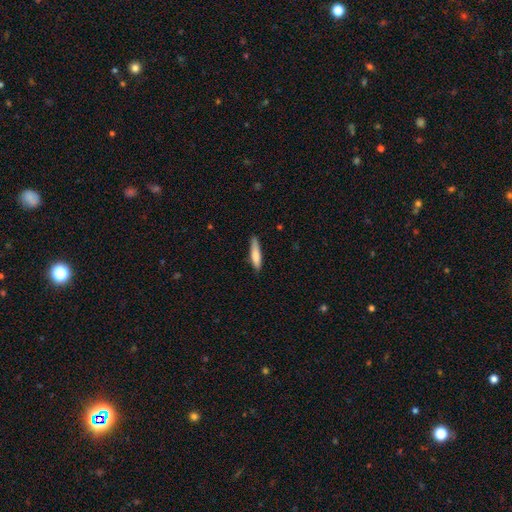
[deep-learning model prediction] Smooth or featured: smooth — 76% (featured or disk — 18%)
How rounded: cigar-shaped — 83% (in between — 16%)
Merging: none — 79% (minor disturbance — 17%)